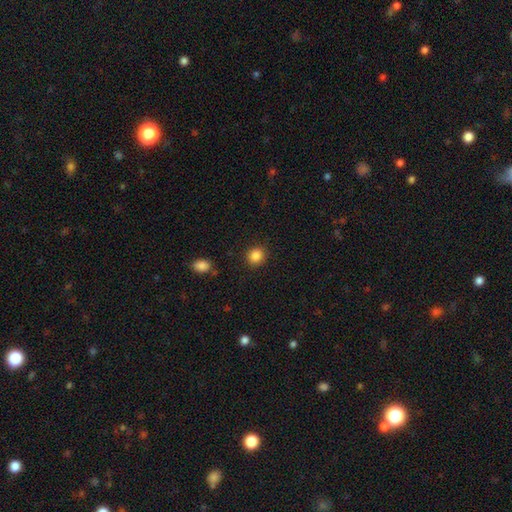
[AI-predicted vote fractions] This is clearly a smooth galaxy (86%). How rounded: clearly round (84%). Merging: clearly none (89%).